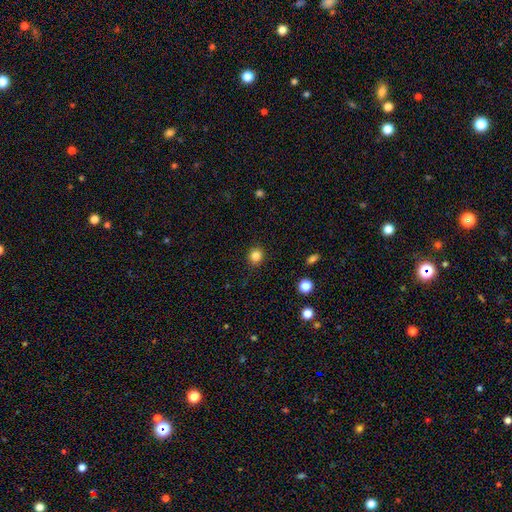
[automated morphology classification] The model was most divided on "smooth or featured": smooth: 84%, star or artifact: 12%, featured or disk: 4%. More confident: merging — none (89%); how rounded — round (86%).